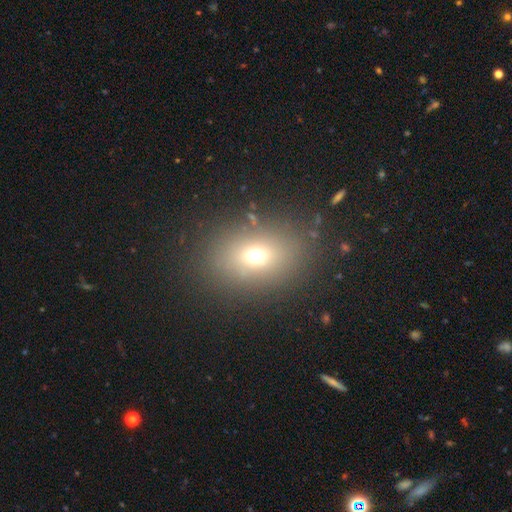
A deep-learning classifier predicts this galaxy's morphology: smooth_or_featured: smooth (p=0.67) [alt: star or artifact p=0.19]
how_rounded: in between (p=0.63) [alt: round p=0.36]
merging: none (p=0.83) [alt: minor disturbance p=0.09]